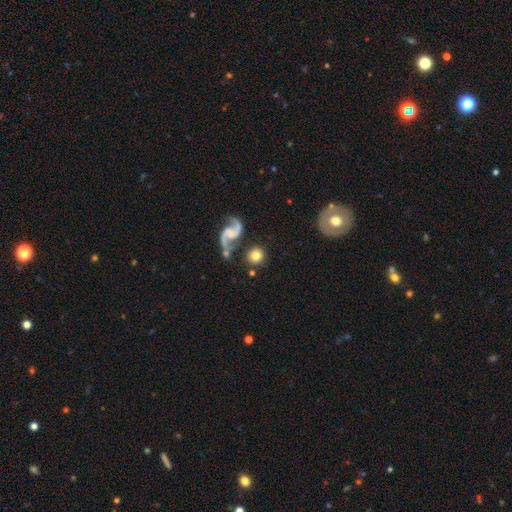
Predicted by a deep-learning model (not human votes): smooth_or_featured: smooth (p=0.62) [alt: featured or disk p=0.30]
how_rounded: round (p=0.92) [alt: in between p=0.07]
merging: none (p=0.79) [alt: minor disturbance p=0.09]